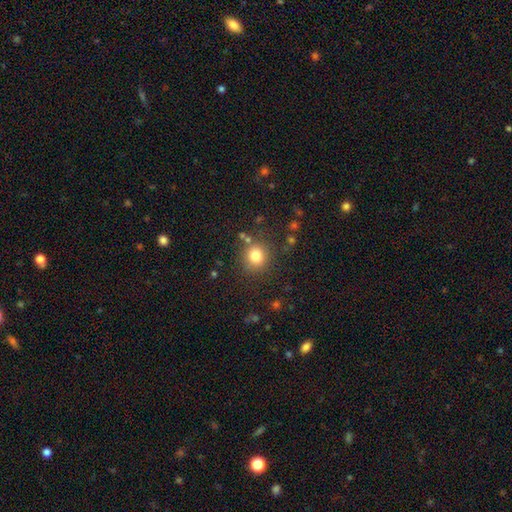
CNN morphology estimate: Smooth or featured? smooth (80%)
How rounded? round (88%)
Merging? none (82%)